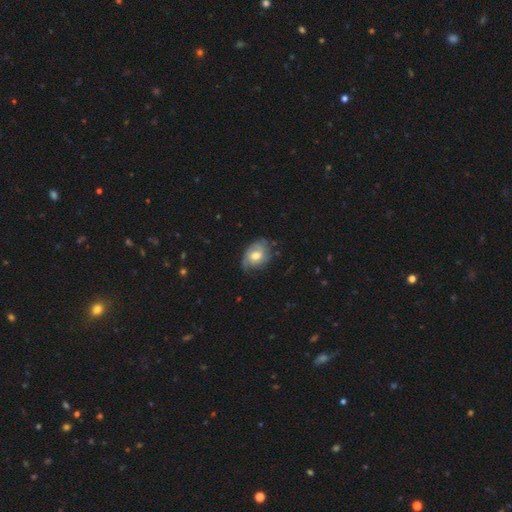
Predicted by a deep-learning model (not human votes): Smooth or featured: featured or disk — 58% (smooth — 35%)
Edge-on disk: no — 96% (yes — 4%)
Bar: no — 64% (weak — 30%)
Spiral arms: yes — 82% (no — 18%)
Bulge size: moderate — 72% (small — 14%)
Merging: none — 59% (minor disturbance — 29%)